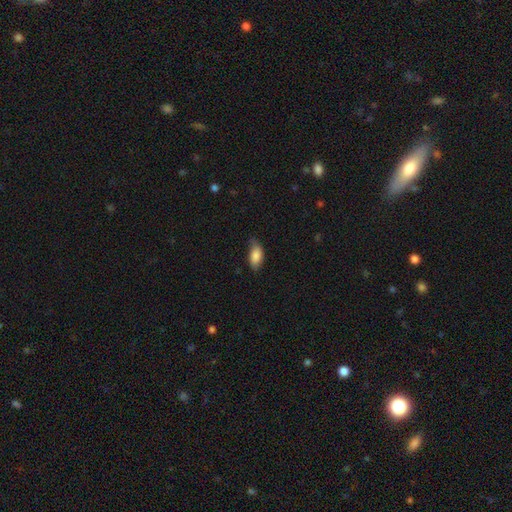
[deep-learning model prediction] Smooth or featured: smooth — 83% (featured or disk — 10%)
How rounded: in between — 90% (cigar-shaped — 7%)
Merging: none — 62% (minor disturbance — 30%)